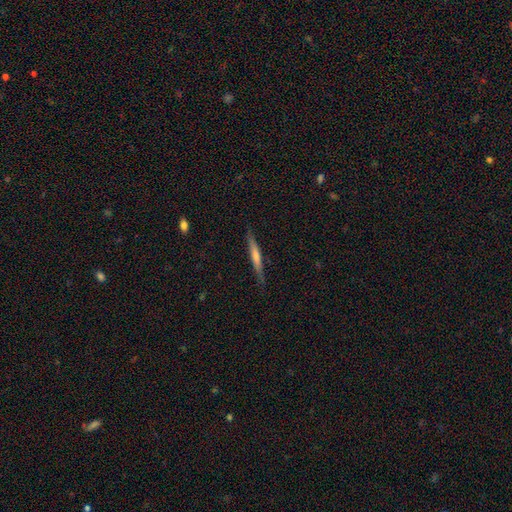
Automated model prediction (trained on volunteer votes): A featured or disk galaxy (64%) viewed edge-on (97%) with a rounded central bulge (59%). Merging: none (88%).